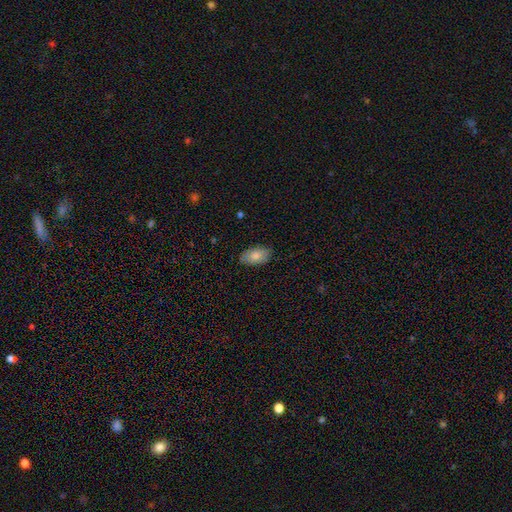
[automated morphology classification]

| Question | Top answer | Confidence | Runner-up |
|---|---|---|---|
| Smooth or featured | smooth | 83% | featured or disk (10%) |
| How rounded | in between | 94% | round (4%) |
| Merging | none | 86% | minor disturbance (11%) |